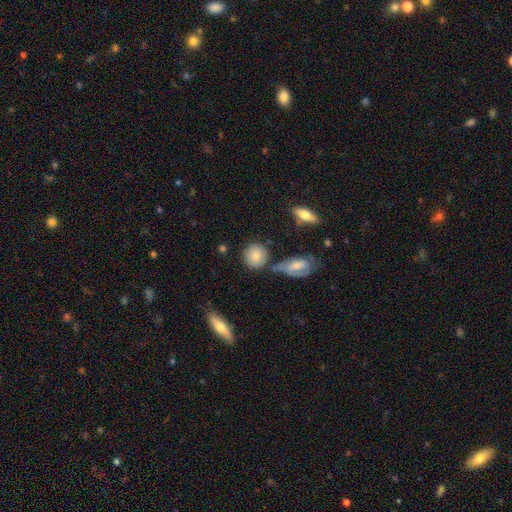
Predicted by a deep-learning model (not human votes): smooth_or_featured: smooth (p=0.81) [alt: featured or disk p=0.11]
how_rounded: round (p=0.79) [alt: in between p=0.19]
merging: none (p=0.68) [alt: merger p=0.15]